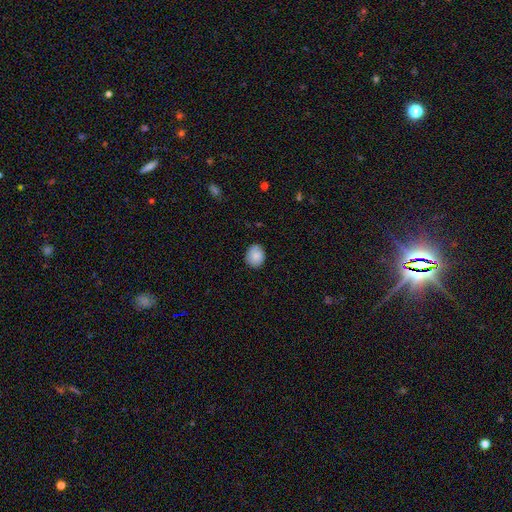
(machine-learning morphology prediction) Q: Smooth or featured?
A: smooth (84%); runner-up: featured or disk (9%)
Q: How rounded?
A: round (65%); runner-up: in between (34%)
Q: Merging?
A: none (81%); runner-up: minor disturbance (15%)